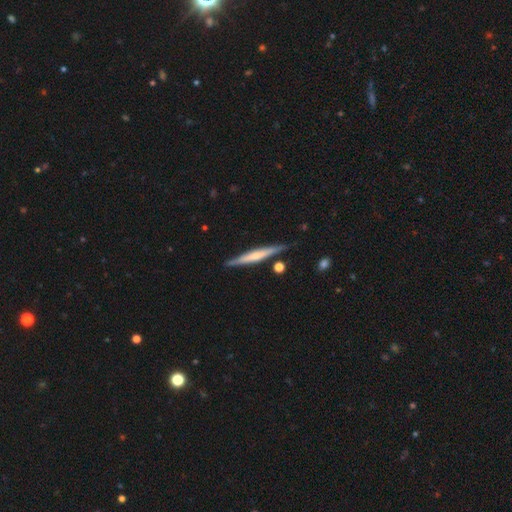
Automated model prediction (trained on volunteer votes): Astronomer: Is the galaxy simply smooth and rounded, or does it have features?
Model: featured or disk — 57% (runner-up: smooth, 37%).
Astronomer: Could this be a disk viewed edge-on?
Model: yes — 96%.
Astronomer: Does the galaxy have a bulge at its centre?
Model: rounded — 53% (runner-up: none, 36%).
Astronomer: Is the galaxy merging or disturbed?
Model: none — 84%.